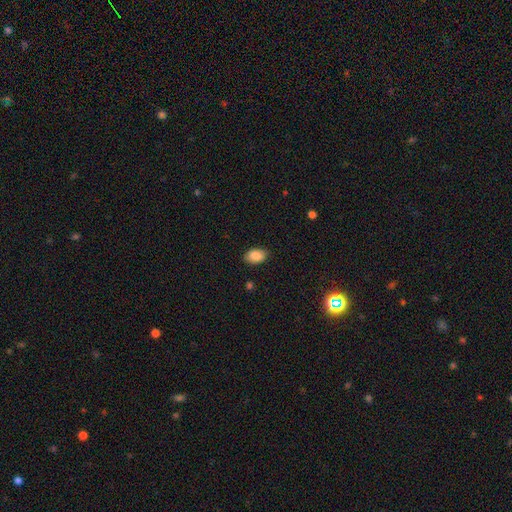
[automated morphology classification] This appears to be a smooth galaxy with no disk features (86%) that is in between round and cigar-shaped (89%). Merging: none (86%).